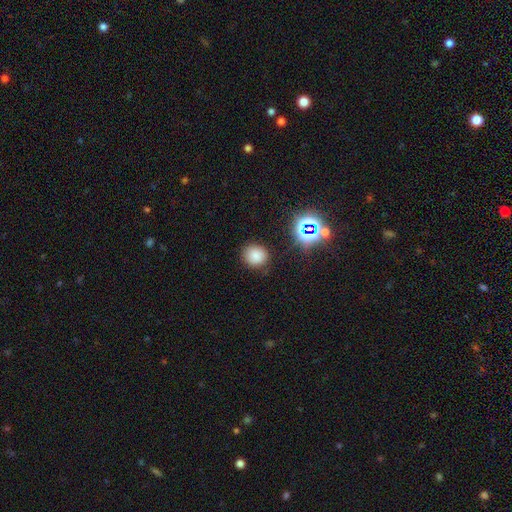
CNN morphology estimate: Smooth or featured?
  - smooth: 78% *
  - star or artifact: 17%
  - featured or disk: 6%
How rounded?
  - round: 84% *
  - in between: 15%
  - cigar-shaped: 1%
Merging?
  - none: 85% *
  - minor disturbance: 10%
  - major disturbance: 3%
  - merger: 2%